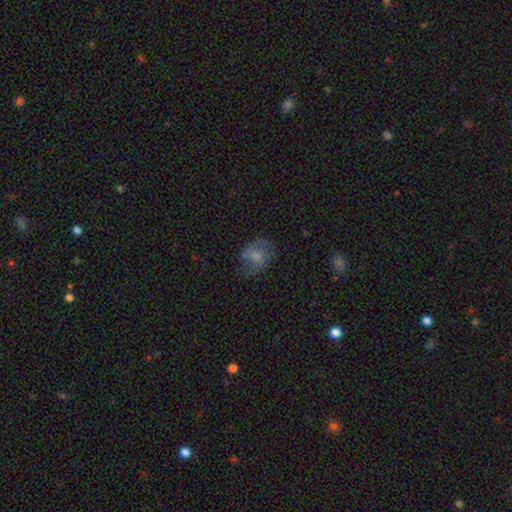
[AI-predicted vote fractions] Overall: smooth (57%; featured or disk 32%). How rounded: in between (56%; round 43%). Merging: none (47%; minor disturbance 27%).